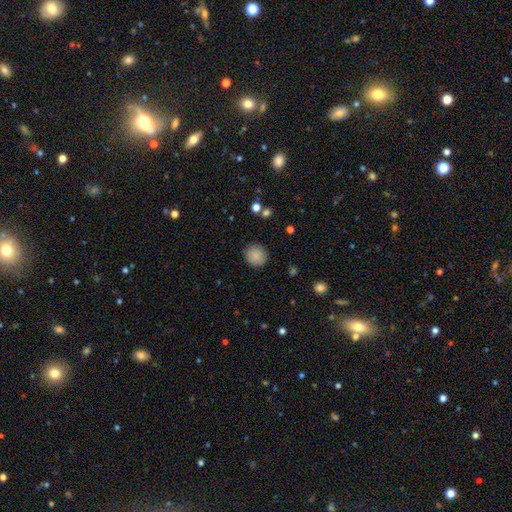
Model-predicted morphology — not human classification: Smooth or featured? Predicted: smooth (p=0.86). How rounded? Predicted: round (p=0.90). Merging? Predicted: none (p=0.89).